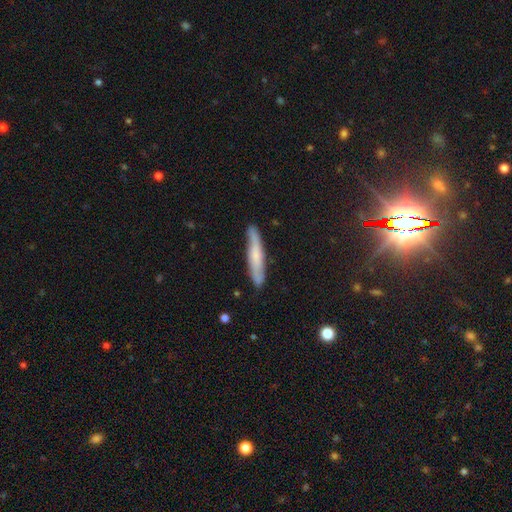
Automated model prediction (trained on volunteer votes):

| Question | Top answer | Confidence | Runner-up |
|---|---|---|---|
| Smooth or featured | smooth | 56% | featured or disk (37%) |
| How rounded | cigar-shaped | 91% | in between (7%) |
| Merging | none | 83% | minor disturbance (13%) |